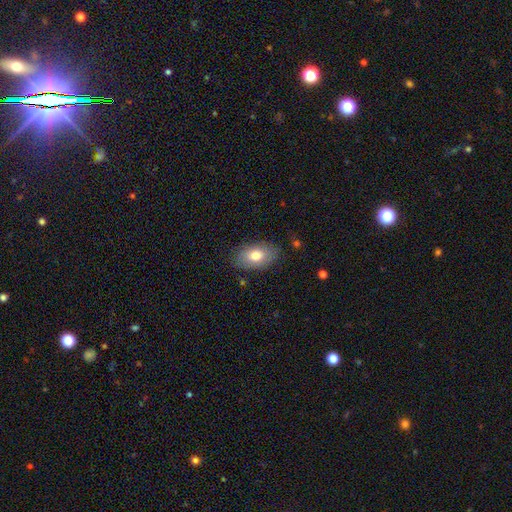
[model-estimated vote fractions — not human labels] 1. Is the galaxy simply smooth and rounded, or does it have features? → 76% smooth, 17% featured or disk, 7% star or artifact.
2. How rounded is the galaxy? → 91% in between, 7% round, 2% cigar-shaped.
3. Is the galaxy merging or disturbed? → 80% none, 15% minor disturbance, 4% major disturbance, 1% merger.